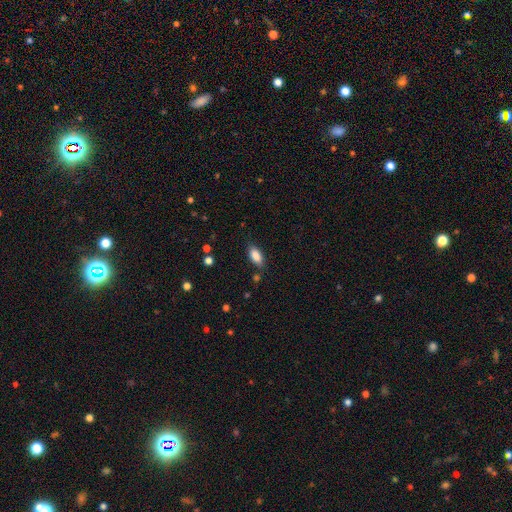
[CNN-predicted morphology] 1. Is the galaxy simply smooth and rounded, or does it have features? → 87% smooth, 8% star or artifact, 6% featured or disk.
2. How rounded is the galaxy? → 88% in between, 10% cigar-shaped, 3% round.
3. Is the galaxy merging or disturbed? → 81% none, 13% minor disturbance, 3% major disturbance, 2% merger.